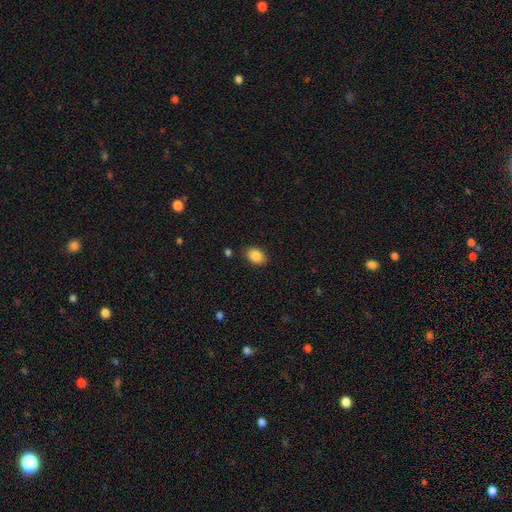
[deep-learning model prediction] Smooth or featured? smooth (87%)
How rounded? in between (75%)
Merging? none (85%)